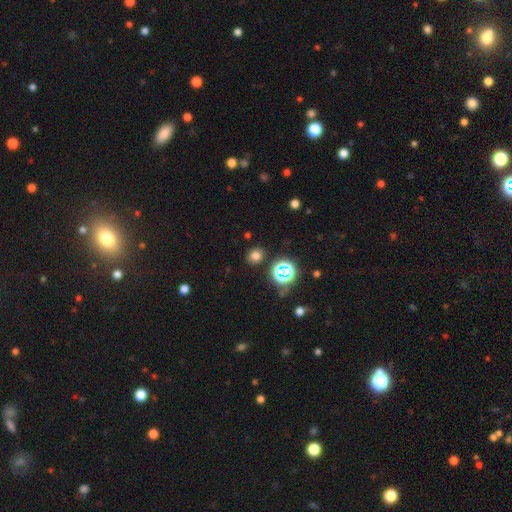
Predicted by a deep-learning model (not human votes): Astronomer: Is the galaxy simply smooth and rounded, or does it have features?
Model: smooth — 70%.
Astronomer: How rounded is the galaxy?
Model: round — 70%.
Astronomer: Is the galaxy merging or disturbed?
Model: none — 85%.